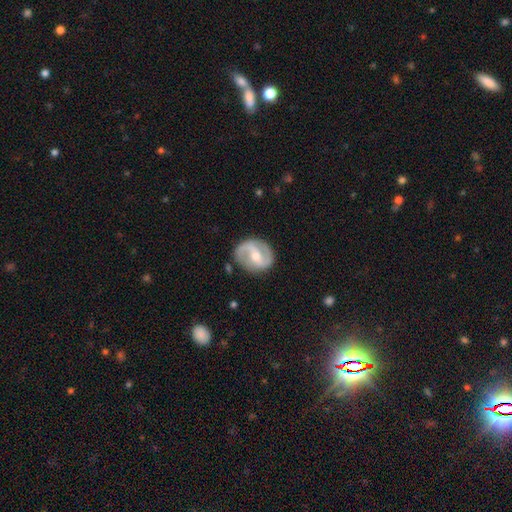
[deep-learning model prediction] Smooth or featured?
  - featured or disk: 85% *
  - smooth: 11%
  - star or artifact: 5%
Edge-on disk?
  - no: 98% *
  - yes: 2%
Bar?
  - weak: 40% * (tied)
  - strong: 40% * (tied)
  - no: 20%
Spiral arms?
  - yes: 92% *
  - no: 8%
Spiral winding?
  - medium: 48% *
  - loose: 28%
  - tight: 23%
Spiral arm count?
  - 2: 91% *
  - can't tell: 4%
  - 1: 2%
  - 3: 1%
  - 4: 1%
  - more than 4: 1%
Bulge size?
  - moderate: 57% *
  - small: 38%
  - large: 2%
  - none: 1%
  - dominant: 1%
Merging?
  - none: 84% *
  - minor disturbance: 12%
  - major disturbance: 3%
  - merger: 2%